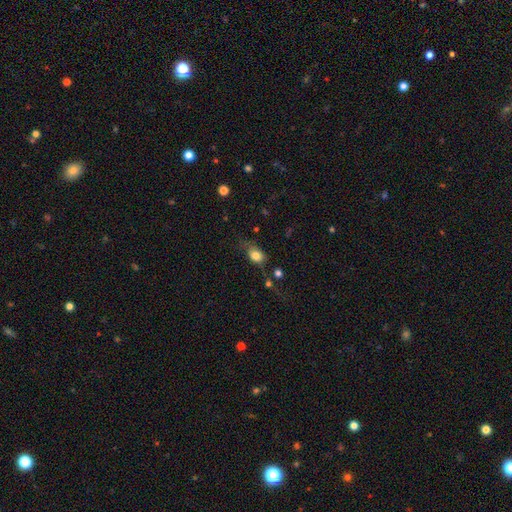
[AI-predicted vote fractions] This appears to be a smooth galaxy with no disk features (78%) that is in between round and cigar-shaped (70%). Merging: none (47%).